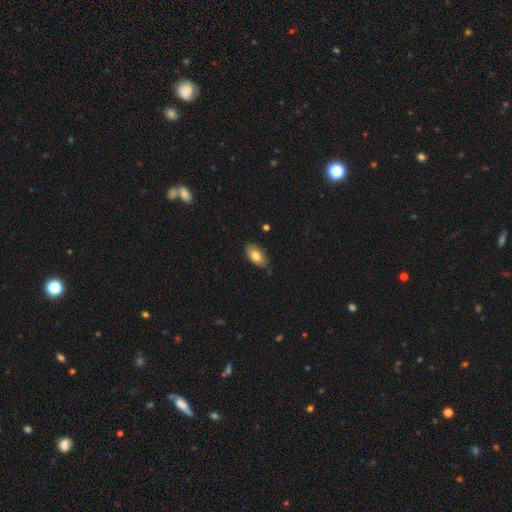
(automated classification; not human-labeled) Q: Smooth or featured?
A: smooth (79%); runner-up: featured or disk (13%)
Q: How rounded?
A: in between (92%); runner-up: round (5%)
Q: Merging?
A: none (81%); runner-up: minor disturbance (16%)